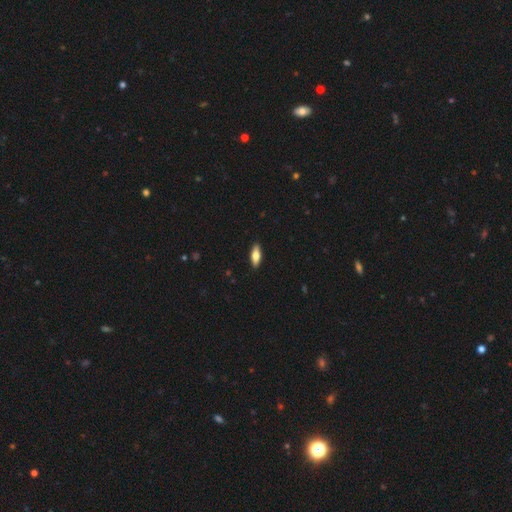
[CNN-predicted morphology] The model was most divided on "how rounded": in between: 67%, cigar-shaped: 31%, round: 3%. More confident: merging — none (90%); smooth or featured — smooth (69%).